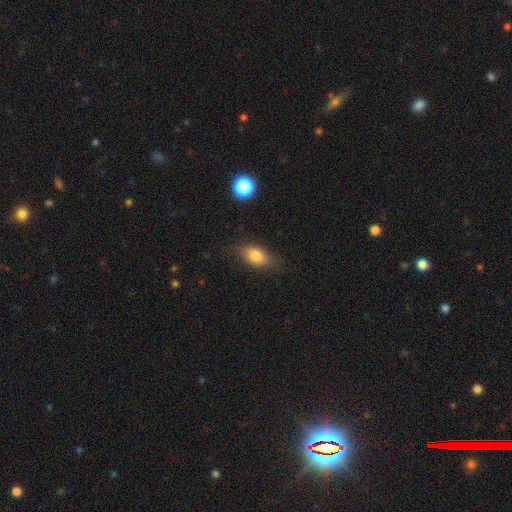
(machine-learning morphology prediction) Q: Smooth or featured?
A: smooth (76%); runner-up: featured or disk (15%)
Q: How rounded?
A: in between (83%); runner-up: round (9%)
Q: Merging?
A: none (77%); runner-up: minor disturbance (17%)